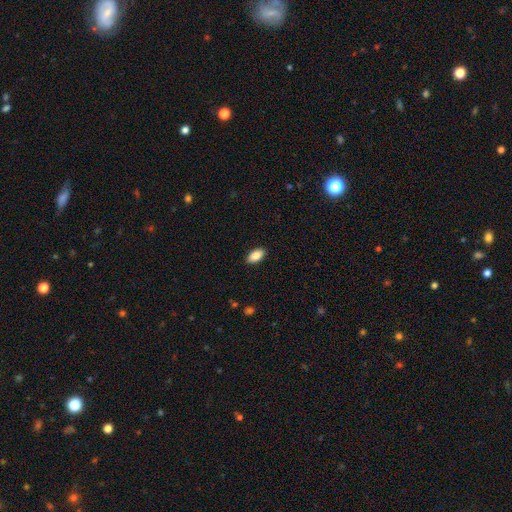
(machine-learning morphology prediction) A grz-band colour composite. It shows a smooth galaxy with no disk features (84%) that is in between round and cigar-shaped (93%). Merging: none (90%).